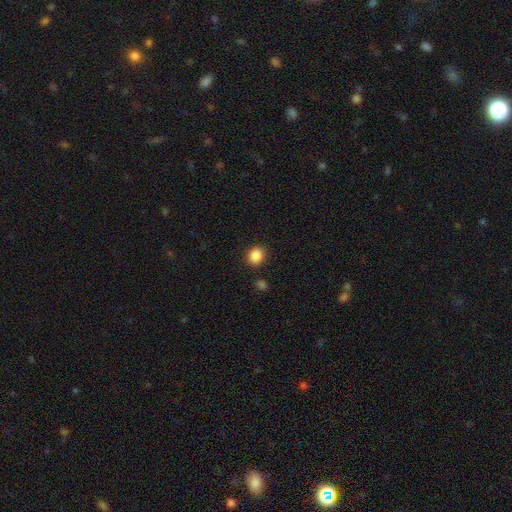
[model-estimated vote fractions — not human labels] A smooth galaxy with no disk features (87%) that is round (60%).

Vote fractions:
- Smooth or featured? smooth: 87% / star or artifact: 9% / featured or disk: 3%
- How rounded? round: 60% / in between: 39% / cigar-shaped: 1%
- Merging? none: 86% / minor disturbance: 9% / major disturbance: 3% / merger: 3%